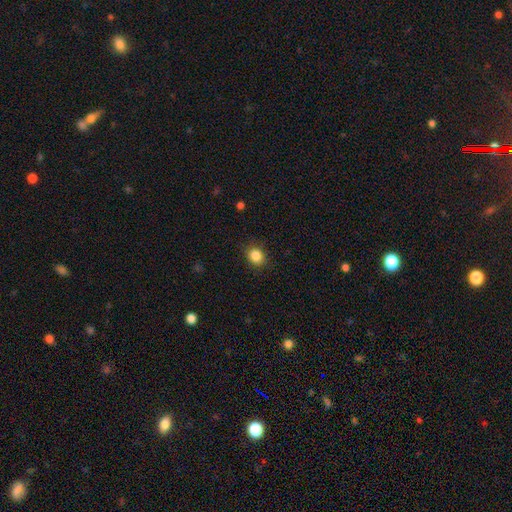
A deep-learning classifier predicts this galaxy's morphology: This is clearly a smooth galaxy (86%). How rounded: likely round (65%). Merging: clearly none (87%).